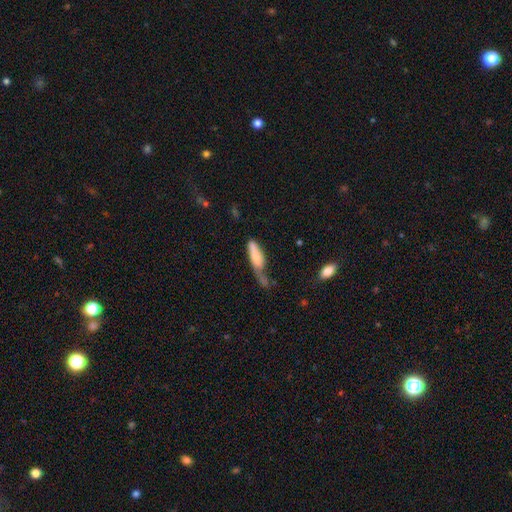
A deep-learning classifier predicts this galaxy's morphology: type=smooth (69%); roundness=cigar-shaped (51%); merging=major disturbance (29%).